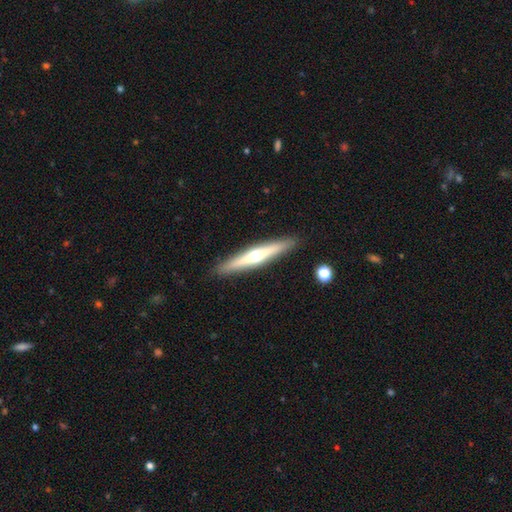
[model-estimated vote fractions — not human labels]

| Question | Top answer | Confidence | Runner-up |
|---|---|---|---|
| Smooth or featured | featured or disk | 63% | smooth (32%) |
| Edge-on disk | yes | 96% | no (4%) |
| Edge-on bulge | rounded | 90% | none (7%) |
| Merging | none | 91% | minor disturbance (7%) |